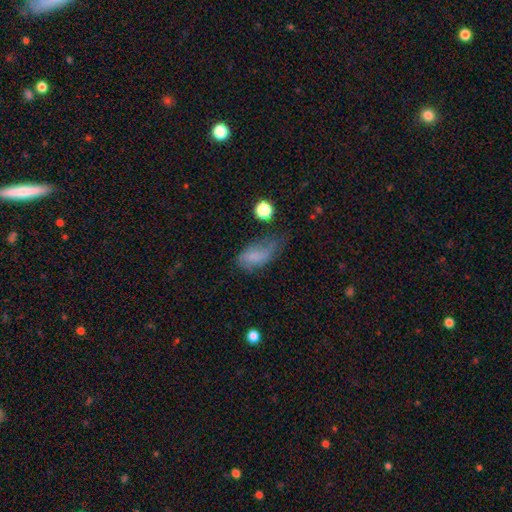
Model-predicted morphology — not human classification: This appears to be a smooth galaxy with no disk features (65%) that is in between round and cigar-shaped (88%). Merging: minor disturbance (35%).